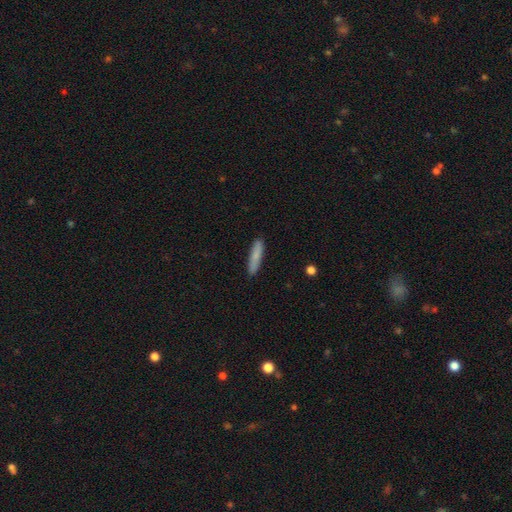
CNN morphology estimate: smooth-or-featured: smooth: 82% | featured or disk: 12% | star or artifact: 6%
  how-rounded: cigar-shaped: 83% | in between: 16% | round: 1%
  merging: none: 89% | minor disturbance: 9% | major disturbance: 2% | merger: 1%